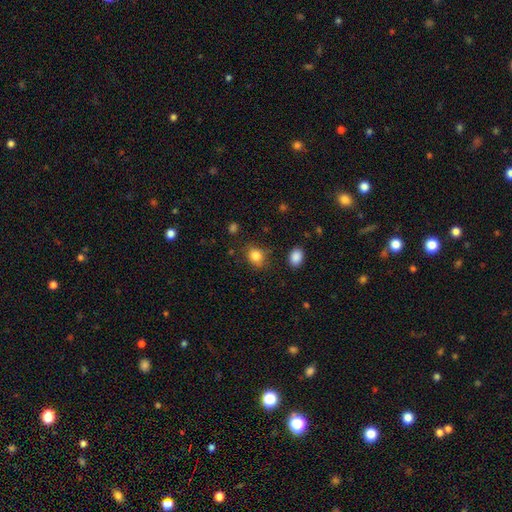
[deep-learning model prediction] This appears to be a smooth galaxy with no disk features (83%) that is round (54%). Merging: none (78%).